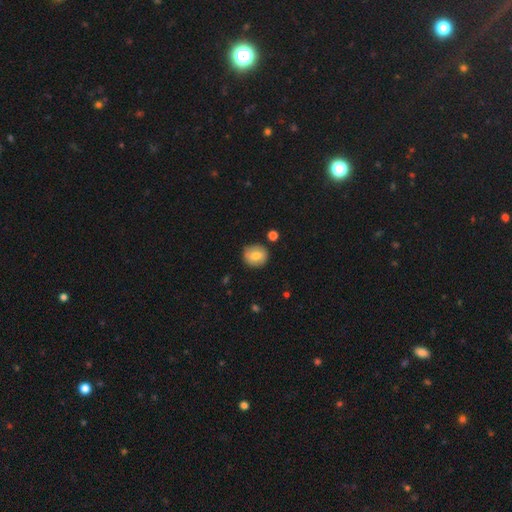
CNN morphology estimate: A smooth galaxy with no disk features (74%) that is round (83%).

Vote fractions:
- Smooth or featured? smooth: 74% / featured or disk: 18% / star or artifact: 8%
- How rounded? round: 83% / in between: 16% / cigar-shaped: 1%
- Merging? none: 84% / minor disturbance: 11% / merger: 3% / major disturbance: 2%